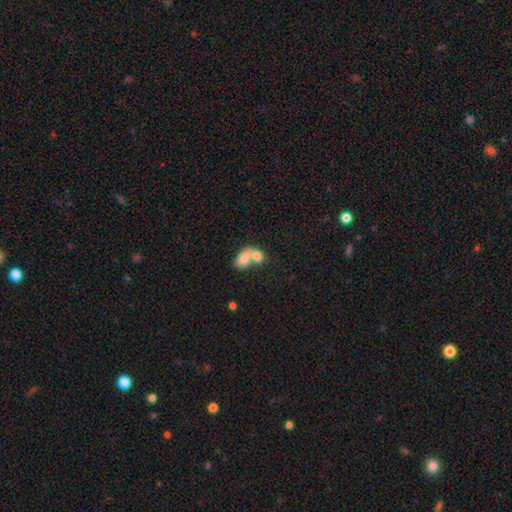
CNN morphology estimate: Smooth or featured: smooth — 77% (featured or disk — 16%)
How rounded: in between — 70% (round — 28%)
Merging: merger — 75% (none — 15%)